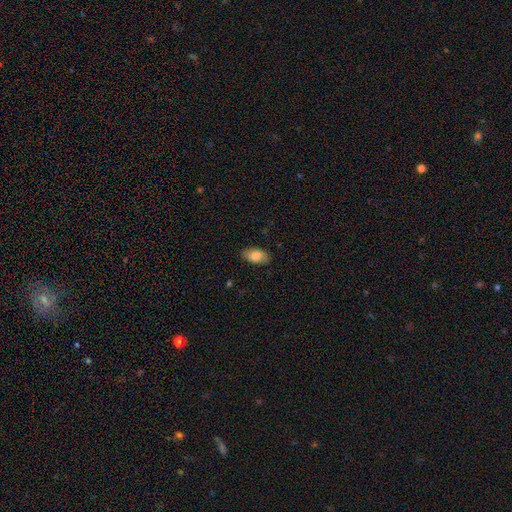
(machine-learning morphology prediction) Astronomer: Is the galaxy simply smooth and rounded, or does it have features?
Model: smooth — 81%.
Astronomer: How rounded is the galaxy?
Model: in between — 93%.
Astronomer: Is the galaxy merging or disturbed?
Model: none — 85%.